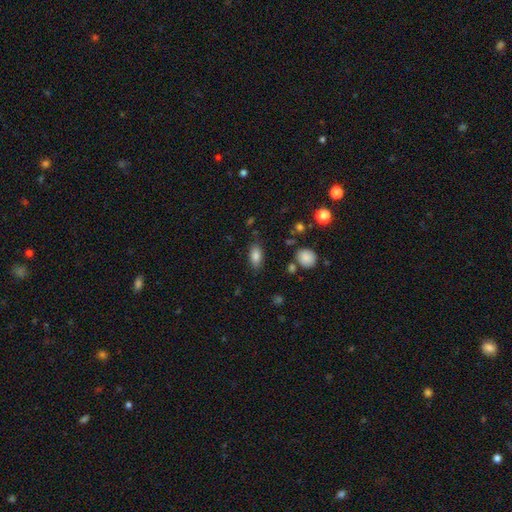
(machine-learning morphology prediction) smooth 84%, star or artifact 9%, featured or disk 7%. Down the decision tree: how rounded — in between (87%); merging — none (81%).